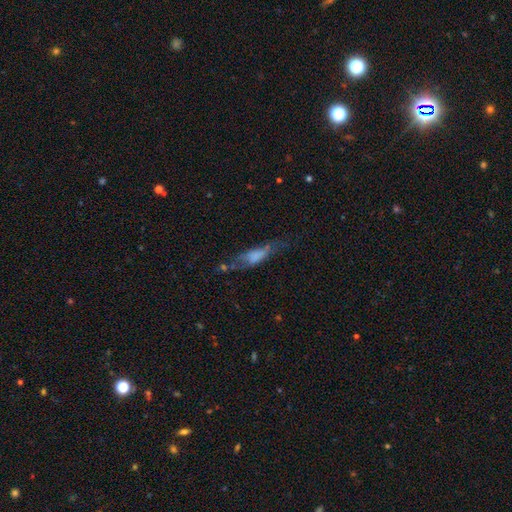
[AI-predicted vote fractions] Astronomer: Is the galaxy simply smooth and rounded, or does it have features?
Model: smooth — 53% (runner-up: featured or disk, 37%).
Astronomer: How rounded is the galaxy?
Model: cigar-shaped — 55% (runner-up: in between, 42%).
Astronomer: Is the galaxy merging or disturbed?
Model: none — 39% (runner-up: minor disturbance, 28%).